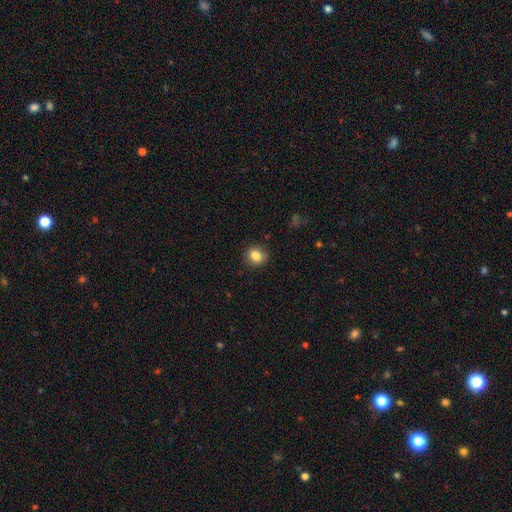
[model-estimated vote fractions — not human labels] smooth 83%, star or artifact 10%, featured or disk 7%. Down the decision tree: how rounded — round (67%); merging — none (87%).